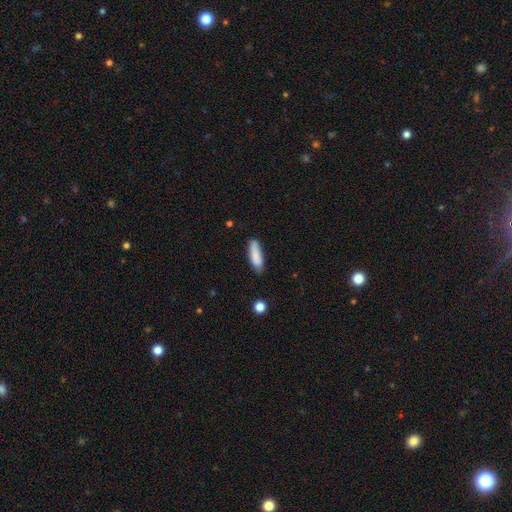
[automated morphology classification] Overall: smooth (85%). How rounded: in between (50%; cigar-shaped 48%). Merging: none (77%).